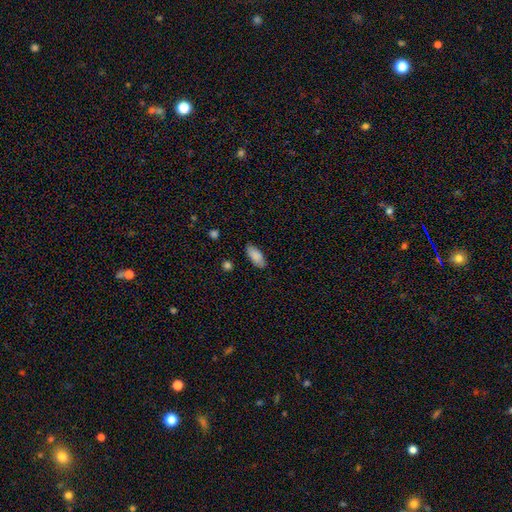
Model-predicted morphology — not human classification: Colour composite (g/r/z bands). It shows a smooth galaxy with no disk features (87%) that is in between round and cigar-shaped (88%). Merging: none (84%).